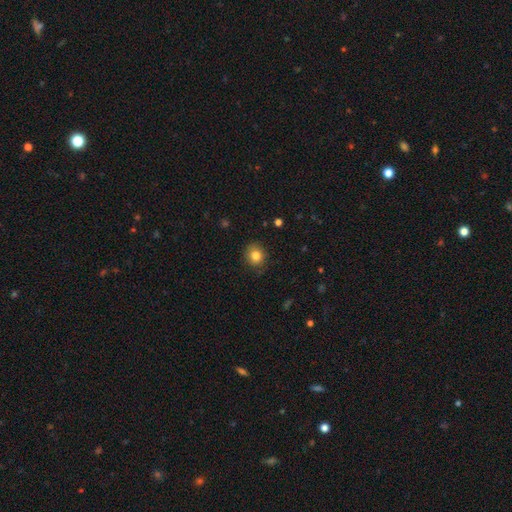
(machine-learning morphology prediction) smooth_or_featured: smooth (p=0.83) [alt: star or artifact p=0.10]
how_rounded: round (p=0.83) [alt: in between p=0.16]
merging: none (p=0.87) [alt: minor disturbance p=0.10]